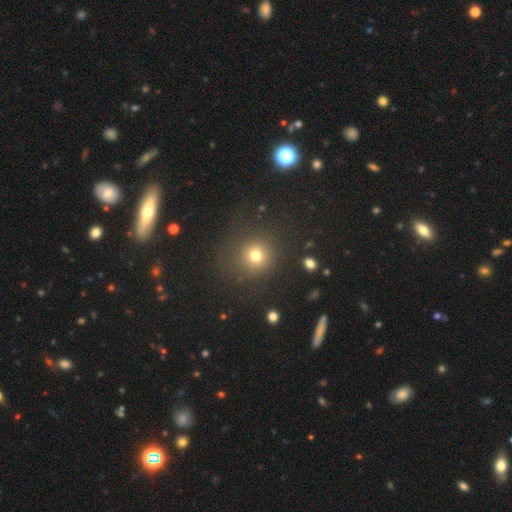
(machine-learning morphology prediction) A smooth galaxy with no disk features (74%) that is round (89%).

Vote fractions:
- Smooth or featured? smooth: 74% / star or artifact: 17% / featured or disk: 8%
- How rounded? round: 89% / in between: 10% / cigar-shaped: 1%
- Merging? none: 80% / minor disturbance: 10% / major disturbance: 7% / merger: 3%